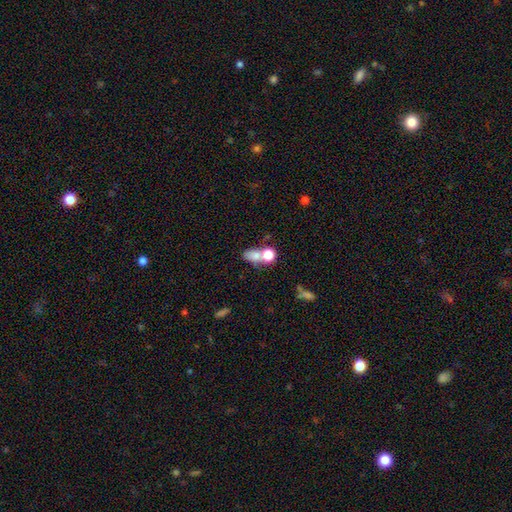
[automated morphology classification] This is likely a smooth galaxy (71%). How rounded: possibly in between (59%). Merging: possibly merger (48%).